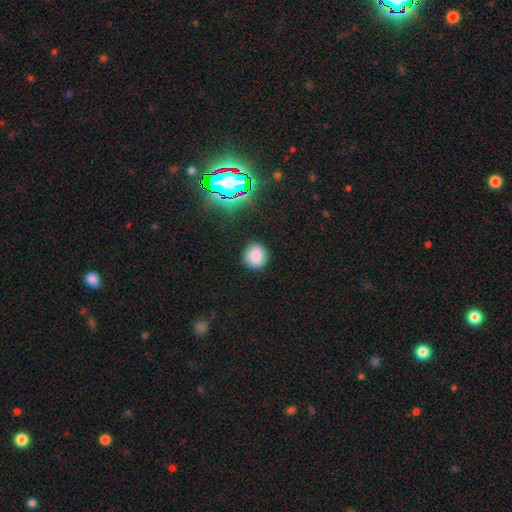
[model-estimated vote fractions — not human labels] Smooth or featured: smooth — 80% (star or artifact — 13%)
How rounded: round — 83% (in between — 16%)
Merging: none — 88% (minor disturbance — 8%)